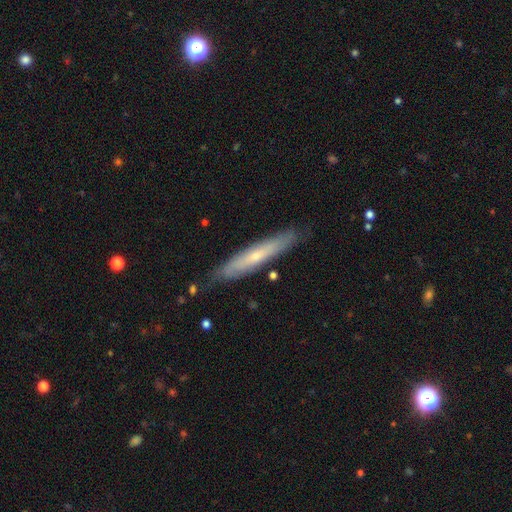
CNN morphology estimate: Smooth or featured? featured or disk (50%)
Merging? none (81%)